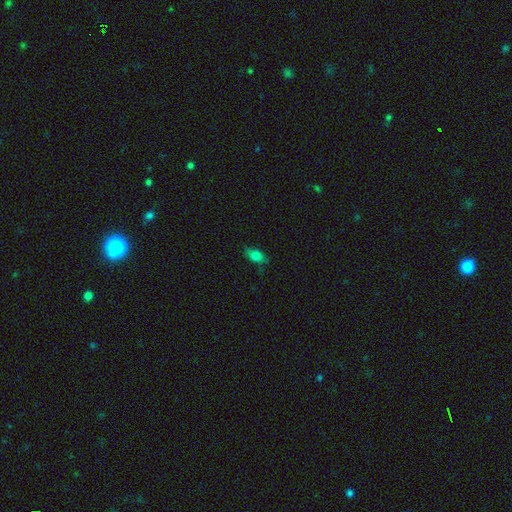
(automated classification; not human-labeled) smooth-or-featured: smooth: 75% | featured or disk: 14% | star or artifact: 11%
  how-rounded: in between: 82% | round: 10% | cigar-shaped: 8%
  merging: none: 78% | minor disturbance: 17% | major disturbance: 3% | merger: 1%